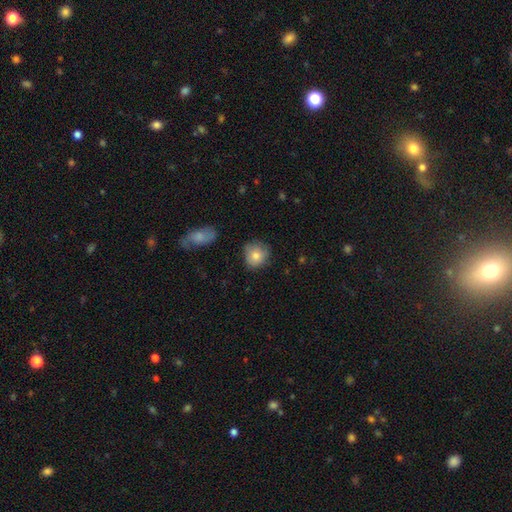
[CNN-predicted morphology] A smooth galaxy with no disk features (78%) that is round (84%). Merging: none (71%).